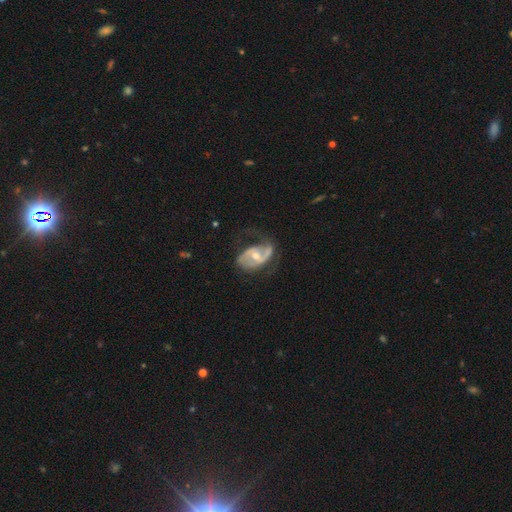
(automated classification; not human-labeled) A featured or disk galaxy (82%) with a weak bar (38%, tied with no), 2 (75%) loose (41%, tied with medium) spiral arms (88%) and a moderate central bulge (57%).

Vote fractions:
- Smooth or featured? featured or disk: 82% / smooth: 13% / star or artifact: 5%
- Edge-on disk? no: 96% / yes: 4%
- Bar? weak: 38% (tied) / no: 38% (tied) / strong: 24%
- Spiral arms? yes: 88% / no: 12%
- Spiral winding? loose: 41% (tied) / medium: 41% (tied) / tight: 18%
- Spiral arm count? 2: 75% / 1: 14% / can't tell: 8% / 3: 2% / 4: 1% / more than 4: 1%
- Bulge size? moderate: 57% / small: 39% / large: 2% / none: 1% / dominant: 1%
- Merging? none: 47% / minor disturbance: 26% / major disturbance: 25% / merger: 2%